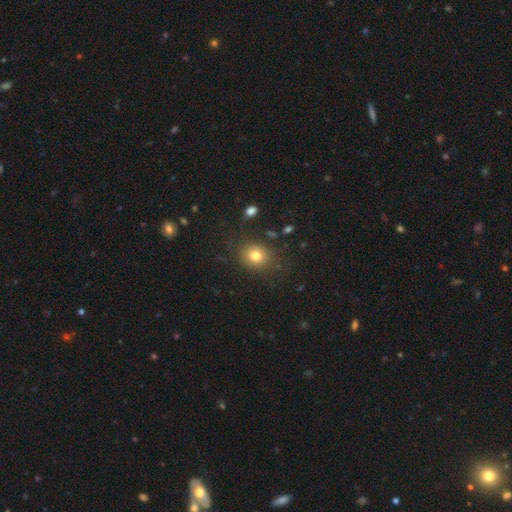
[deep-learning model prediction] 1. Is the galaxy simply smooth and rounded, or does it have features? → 78% smooth, 13% star or artifact, 9% featured or disk.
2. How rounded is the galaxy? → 68% round, 31% in between, 1% cigar-shaped.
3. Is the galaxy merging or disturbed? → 82% none, 11% minor disturbance, 4% major disturbance, 2% merger.